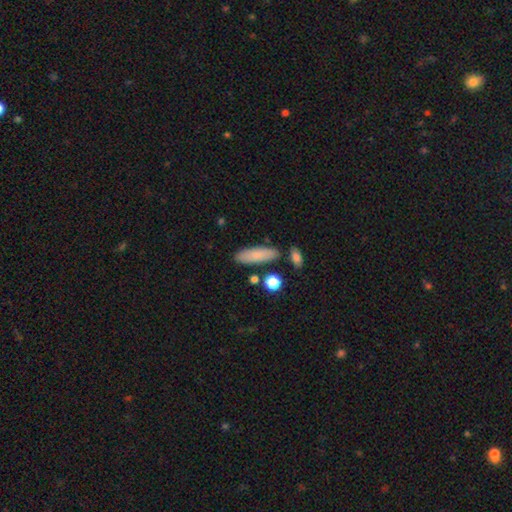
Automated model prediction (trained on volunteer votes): smooth 81%, featured or disk 12%, star or artifact 7%. Down the decision tree: how rounded — in between (53%); merging — none (81%).